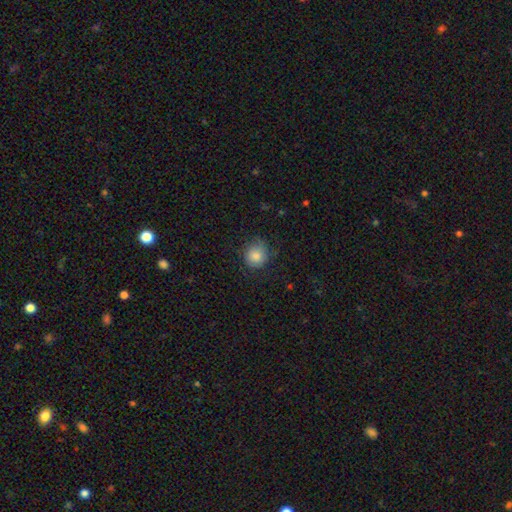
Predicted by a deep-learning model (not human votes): smooth 84%, star or artifact 9%, featured or disk 7%. Down the decision tree: how rounded — round (84%); merging — none (74%).